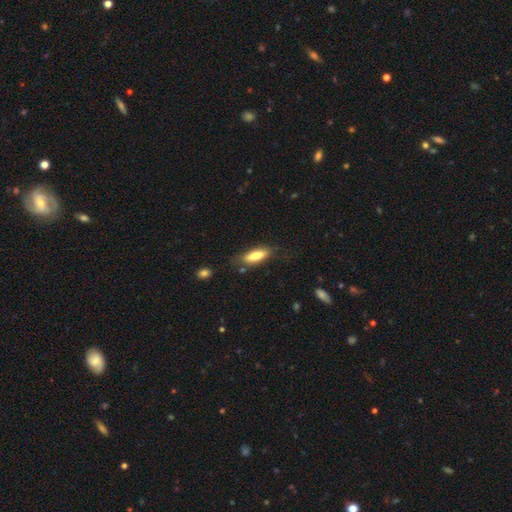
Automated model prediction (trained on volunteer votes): Smooth or featured? Predicted: smooth (p=0.76). How rounded? Predicted: in between (p=0.57). Merging? Predicted: none (p=0.75).